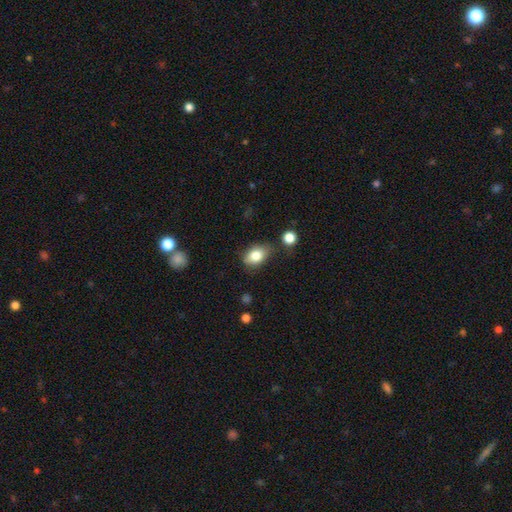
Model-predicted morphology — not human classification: A smooth galaxy with no disk features (81%) that is in between round and cigar-shaped (81%). Merging: none (69%).